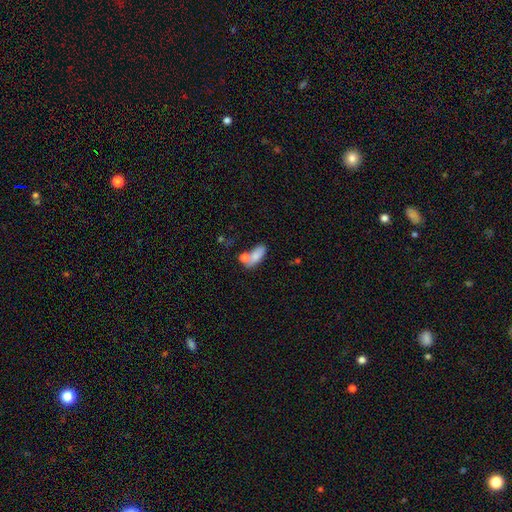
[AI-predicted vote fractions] Morphology: type=smooth (77%); roundness=in between (83%); merging=none (39%).